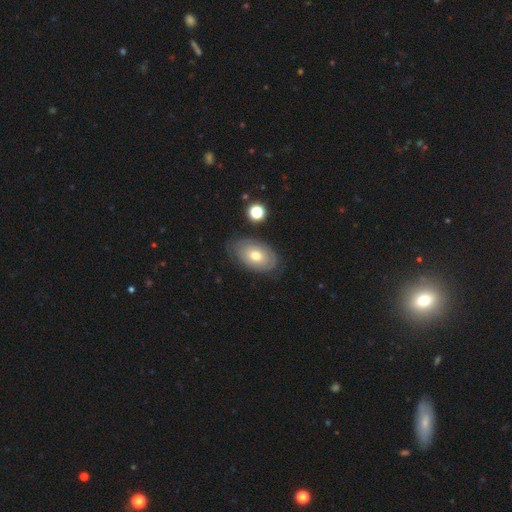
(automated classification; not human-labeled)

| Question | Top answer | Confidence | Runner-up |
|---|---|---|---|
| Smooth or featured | smooth | 54% | featured or disk (38%) |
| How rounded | in between | 90% | round (9%) |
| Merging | none | 73% | minor disturbance (19%) |